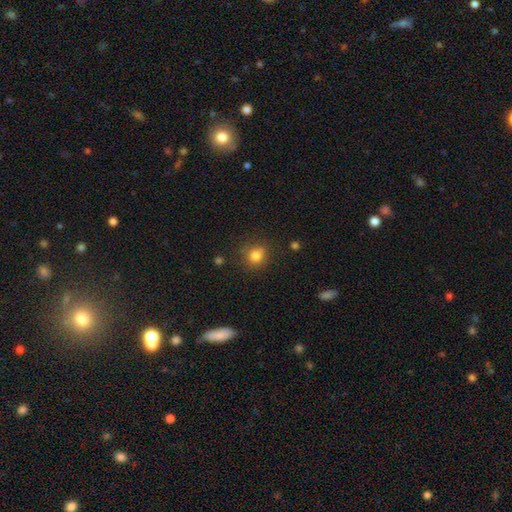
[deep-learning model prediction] This is clearly a smooth galaxy (80%). How rounded: clearly round (81%). Merging: likely none (78%).